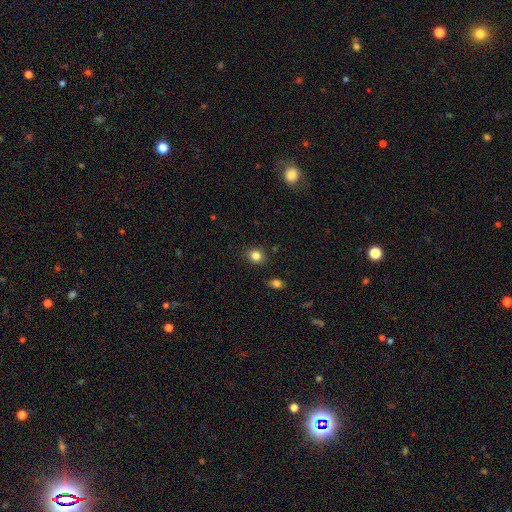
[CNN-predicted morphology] Smooth or featured? Predicted: smooth (p=0.83). How rounded? Predicted: round (p=0.72). Merging? Predicted: none (p=0.87).